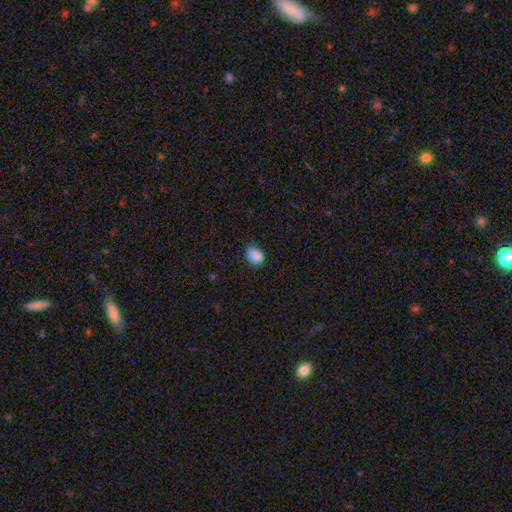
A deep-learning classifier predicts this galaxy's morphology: The model was most divided on "merging": none: 62%, minor disturbance: 30%, major disturbance: 6%, merger: 2%. More confident: smooth or featured — smooth (85%); how rounded — in between (66%).